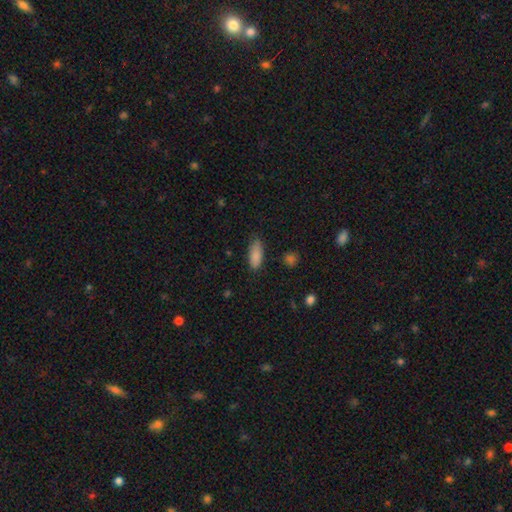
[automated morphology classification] Smooth or featured? smooth (87%)
How rounded? in between (81%)
Merging? none (79%)